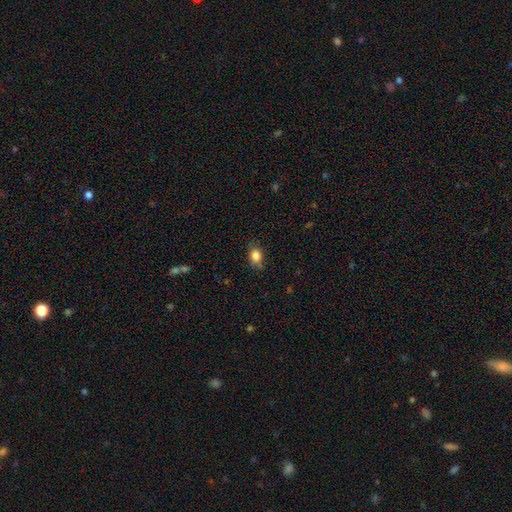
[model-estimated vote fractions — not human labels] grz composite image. It shows a smooth galaxy with no disk features (85%) that is in between round and cigar-shaped (63%). Merging: none (76%).